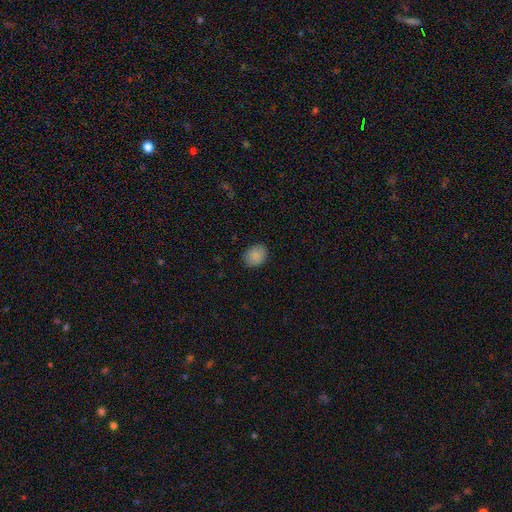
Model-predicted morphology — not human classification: The model was most divided on "how rounded": round: 55%, in between: 44%, cigar-shaped: 1%. More confident: smooth or featured — smooth (88%); merging — none (87%).